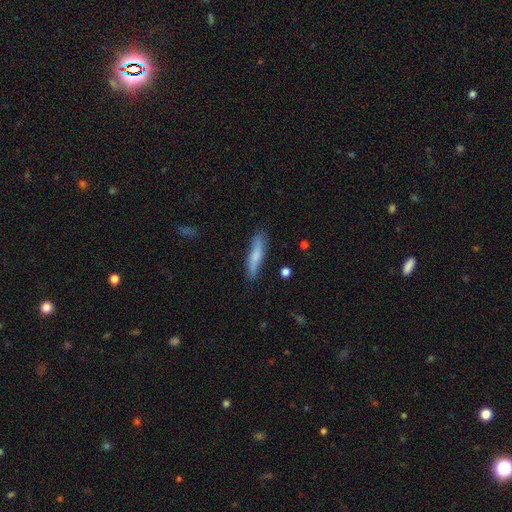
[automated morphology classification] This is likely a smooth galaxy (68%). How rounded: clearly cigar-shaped (86%). Merging: clearly none (83%).